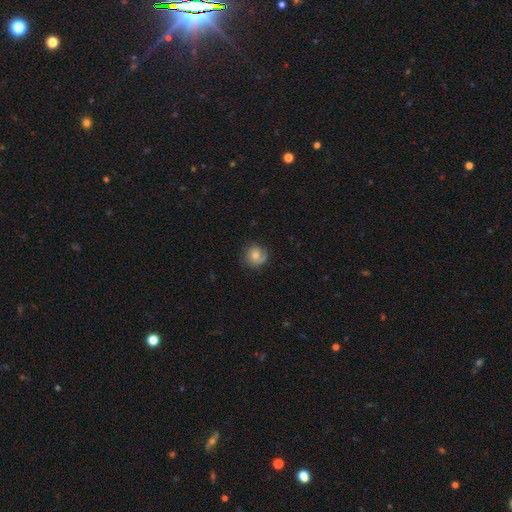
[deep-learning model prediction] smooth-or-featured: smooth: 55% | featured or disk: 37% | star or artifact: 9%
  how-rounded: round: 84% | in between: 15% | cigar-shaped: 1%
  merging: none: 73% | minor disturbance: 18% | major disturbance: 8% | merger: 1%